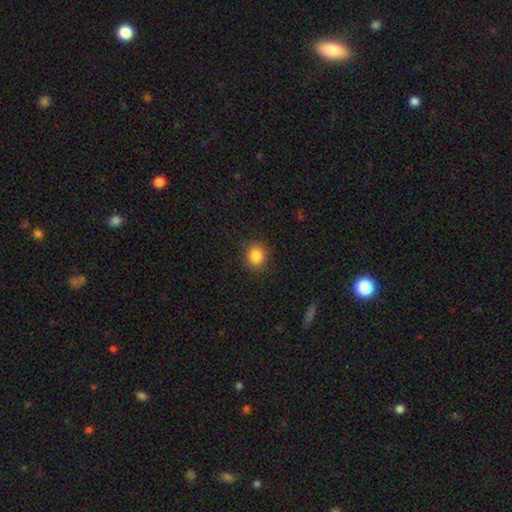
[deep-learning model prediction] A smooth galaxy with no disk features (86%) that is round (77%).

Vote fractions:
- Smooth or featured? smooth: 86% / star or artifact: 10% / featured or disk: 4%
- How rounded? round: 77% / in between: 22% / cigar-shaped: 1%
- Merging? none: 88% / minor disturbance: 9% / major disturbance: 3% / merger: 1%